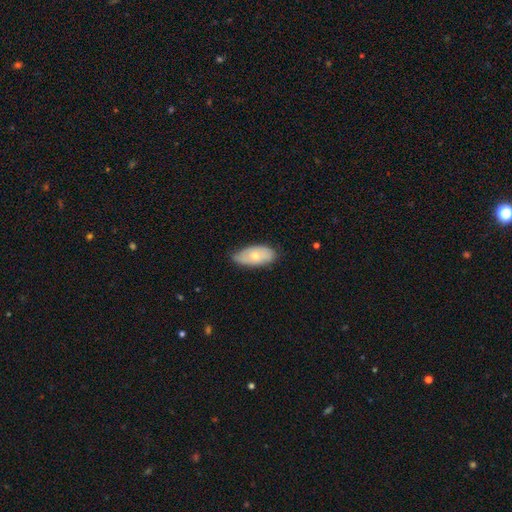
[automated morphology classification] A smooth galaxy with no disk features (63%) that is in between round and cigar-shaped (92%).

Vote fractions:
- Smooth or featured? smooth: 63% / featured or disk: 31% / star or artifact: 6%
- How rounded? in between: 92% / cigar-shaped: 4% / round: 4%
- Merging? none: 64% / minor disturbance: 30% / major disturbance: 5% / merger: 1%